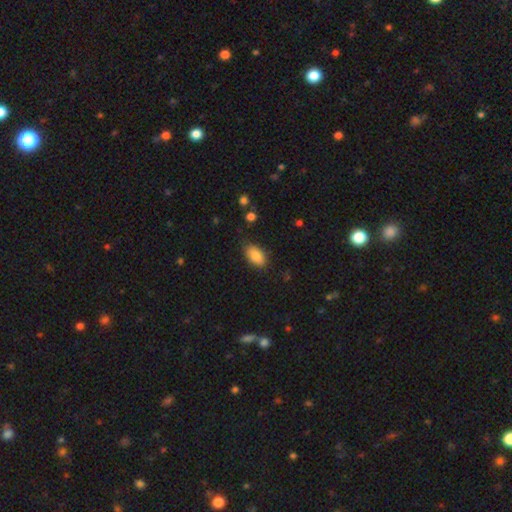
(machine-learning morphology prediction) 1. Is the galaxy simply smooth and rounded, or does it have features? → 86% smooth, 7% star or artifact, 7% featured or disk.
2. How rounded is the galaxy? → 92% in between, 5% round, 3% cigar-shaped.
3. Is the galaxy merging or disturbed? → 78% none, 17% minor disturbance, 3% major disturbance, 2% merger.